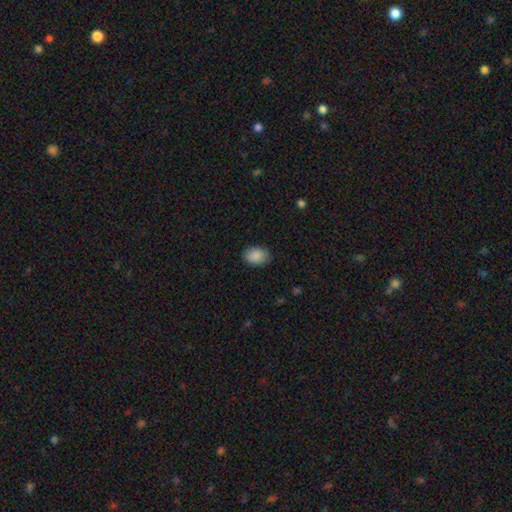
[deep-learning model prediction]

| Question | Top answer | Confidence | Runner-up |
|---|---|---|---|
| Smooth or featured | smooth | 89% | star or artifact (7%) |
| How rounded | in between | 80% | round (19%) |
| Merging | none | 86% | minor disturbance (11%) |